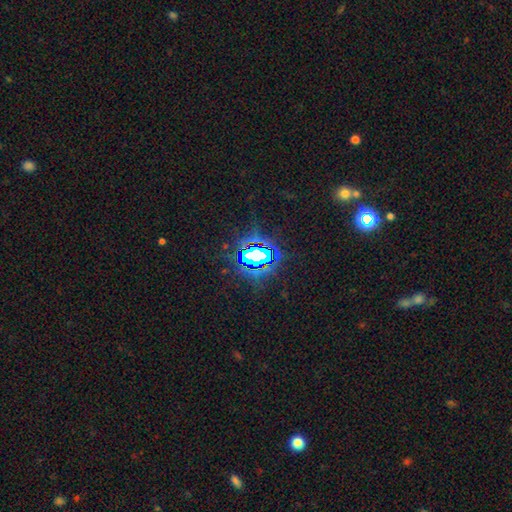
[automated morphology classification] star or artifact 77%, smooth 12%, featured or disk 11%.